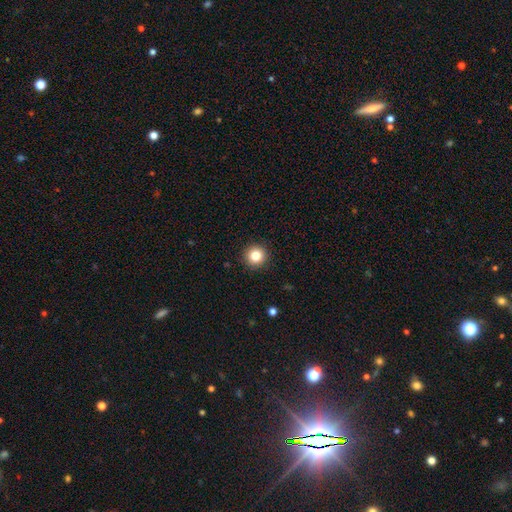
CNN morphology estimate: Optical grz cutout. It shows a smooth galaxy with no disk features (83%) that is round (96%). Merging: none (93%).